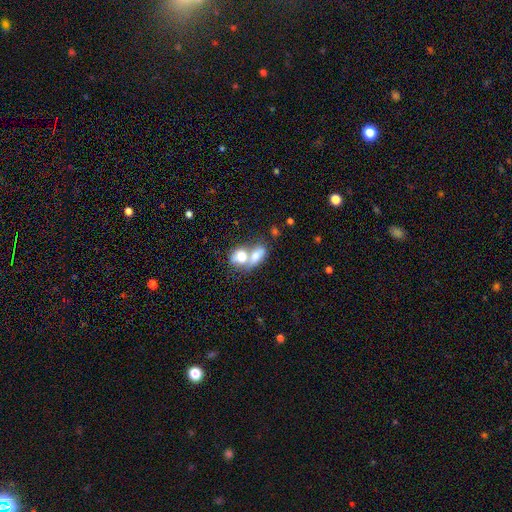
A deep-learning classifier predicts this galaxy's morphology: This is likely a smooth galaxy (70%). How rounded: likely in between (74%). Merging: likely merger (78%).